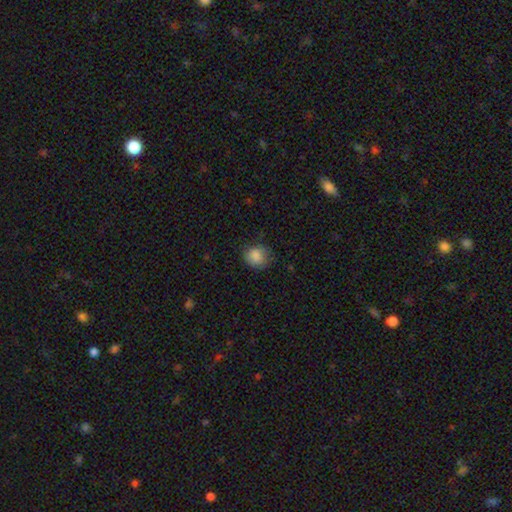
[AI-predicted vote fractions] smooth-or-featured: smooth: 85% | star or artifact: 9% | featured or disk: 6%
  how-rounded: round: 69% | in between: 30% | cigar-shaped: 1%
  merging: none: 71% | minor disturbance: 22% | major disturbance: 6% | merger: 1%